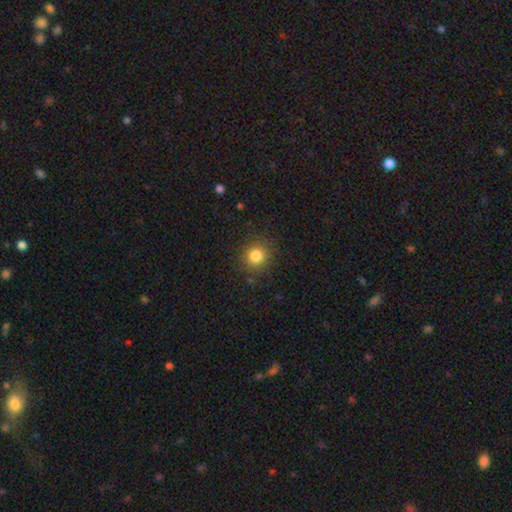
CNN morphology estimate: The model was most divided on "smooth or featured": smooth: 82%, star or artifact: 13%, featured or disk: 6%. More confident: how rounded — round (89%); merging — none (87%).